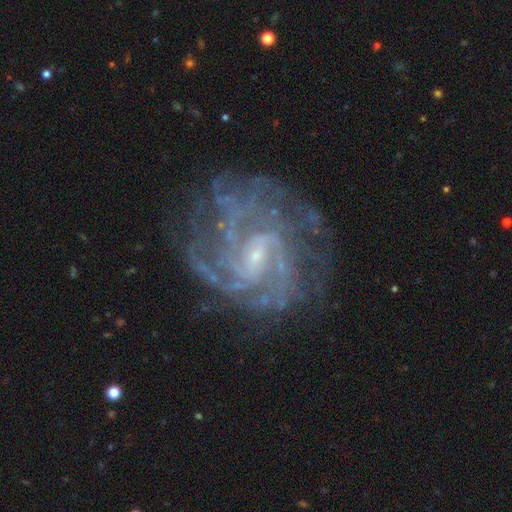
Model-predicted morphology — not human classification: smooth_or_featured: featured or disk (p=0.88) [alt: star or artifact p=0.07]
disk_edge_on: no (p=0.98) [alt: yes p=0.02]
bar: weak (p=0.55) [alt: no p=0.30]
has_spiral_arms: yes (p=0.95) [alt: no p=0.05]
spiral_winding: tight (p=0.44) [tied with: medium p=0.44]
spiral_arm_count: can't tell (p=0.29) [alt: 2 p=0.21]
bulge_size: small (p=0.78) [alt: moderate p=0.13]
merging: none (p=0.67) [alt: minor disturbance p=0.17]